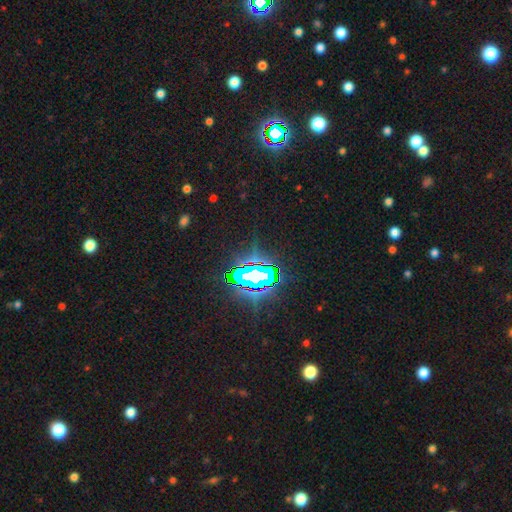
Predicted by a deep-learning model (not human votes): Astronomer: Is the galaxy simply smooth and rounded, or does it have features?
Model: star or artifact — 79%.